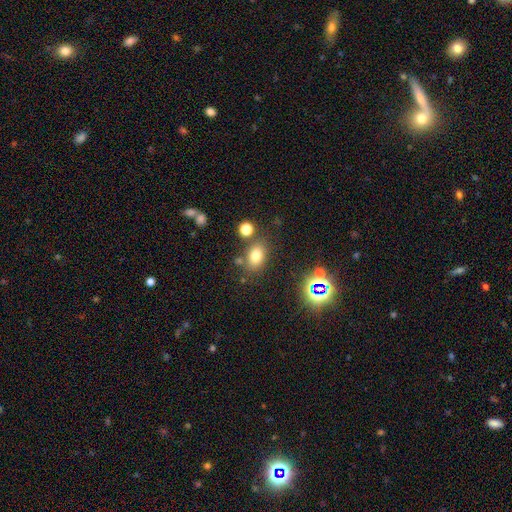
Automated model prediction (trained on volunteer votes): A smooth galaxy with no disk features (74%) that is in between round and cigar-shaped (73%). Merging: none (75%).